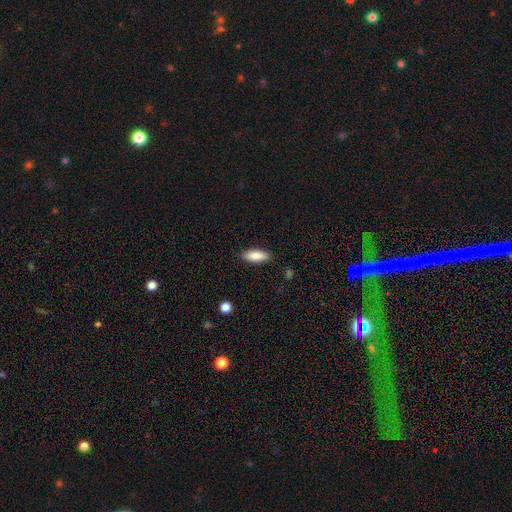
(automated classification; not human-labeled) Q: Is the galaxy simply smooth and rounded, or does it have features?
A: smooth — 87%.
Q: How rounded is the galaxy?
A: in between — 72%.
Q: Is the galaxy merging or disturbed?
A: none — 87%.